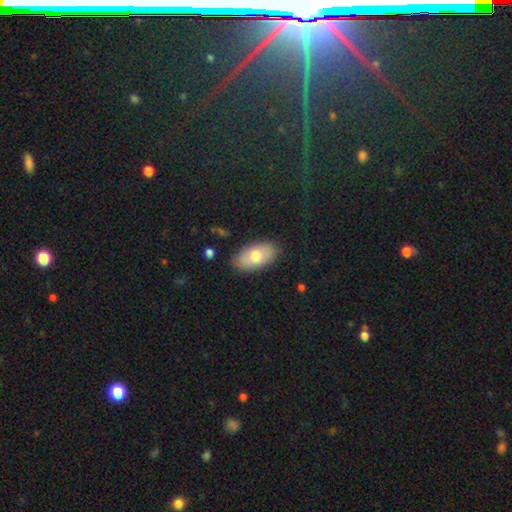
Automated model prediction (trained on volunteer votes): A smooth galaxy with no disk features (71%) that is in between round and cigar-shaped (94%).

Vote fractions:
- Smooth or featured? smooth: 71% / featured or disk: 22% / star or artifact: 6%
- How rounded? in between: 94% / round: 4% / cigar-shaped: 2%
- Merging? none: 84% / minor disturbance: 12% / major disturbance: 3% / merger: 1%